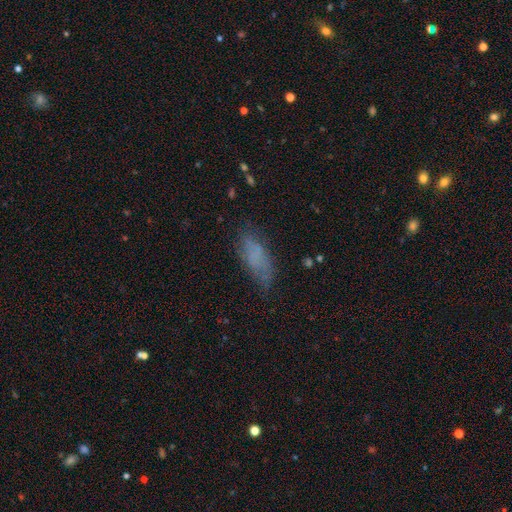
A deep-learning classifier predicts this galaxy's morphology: smooth-or-featured: smooth: 65% | featured or disk: 23% | star or artifact: 12%
  how-rounded: in between: 74% | cigar-shaped: 23% | round: 3%
  merging: none: 59% | minor disturbance: 26% | major disturbance: 13% | merger: 2%